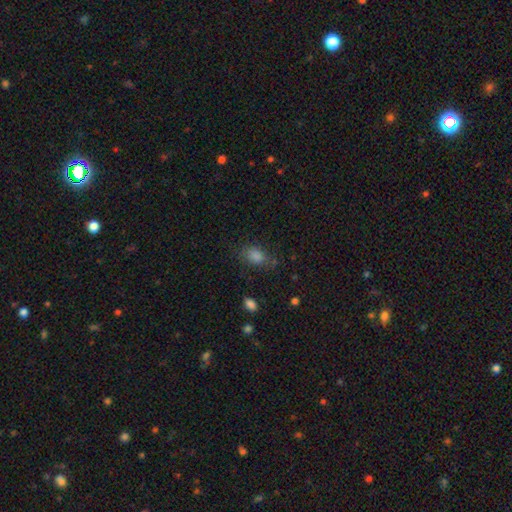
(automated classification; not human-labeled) Smooth or featured?
  - smooth: 78% *
  - star or artifact: 15%
  - featured or disk: 7%
How rounded?
  - in between: 76% *
  - round: 22%
  - cigar-shaped: 3%
Merging?
  - none: 72% *
  - minor disturbance: 19%
  - major disturbance: 7%
  - merger: 3%